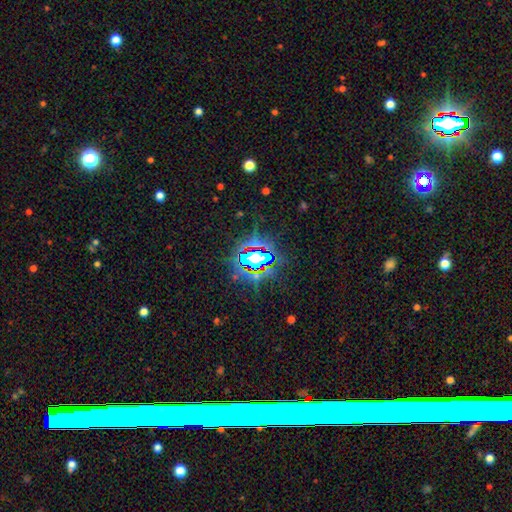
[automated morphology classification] Smooth or featured?
  - star or artifact: 71% *
  - smooth: 17%
  - featured or disk: 13%